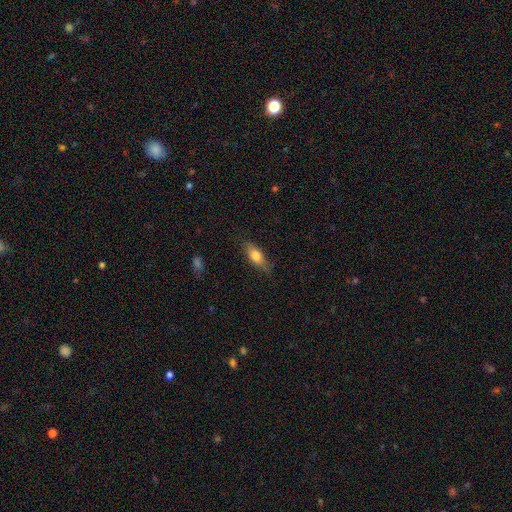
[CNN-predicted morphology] smooth-or-featured: smooth: 70% | featured or disk: 24% | star or artifact: 7%
  how-rounded: in between: 68% | cigar-shaped: 28% | round: 3%
  merging: none: 76% | minor disturbance: 19% | major disturbance: 4% | merger: 1%